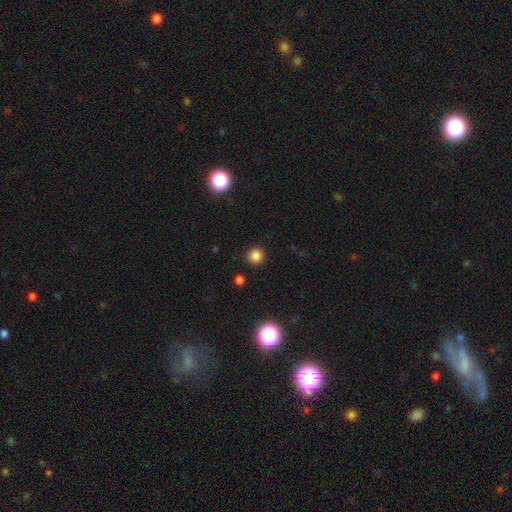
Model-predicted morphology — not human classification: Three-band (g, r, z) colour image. It shows a smooth galaxy with no disk features (83%) that is round (94%). Merging: none (90%).